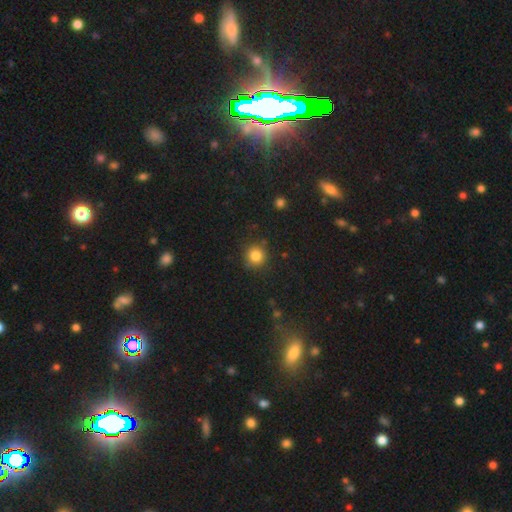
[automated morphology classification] Q: Smooth or featured?
A: smooth (84%); runner-up: star or artifact (11%)
Q: How rounded?
A: round (93%); runner-up: in between (6%)
Q: Merging?
A: none (87%); runner-up: minor disturbance (8%)